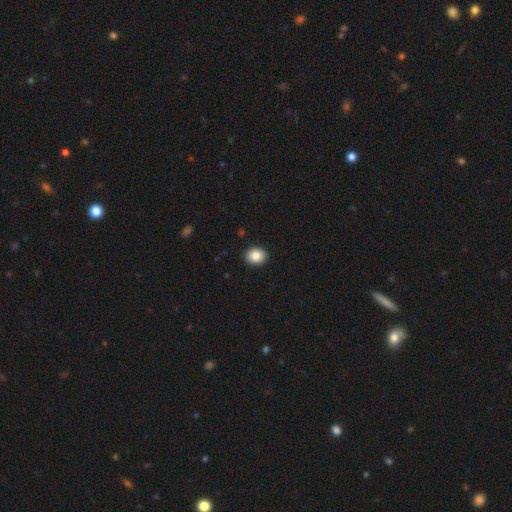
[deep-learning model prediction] Smooth or featured?
  - smooth: 86% *
  - star or artifact: 9%
  - featured or disk: 5%
How rounded?
  - round: 60% *
  - in between: 40%
  - cigar-shaped: 1%
Merging?
  - none: 92% *
  - minor disturbance: 6%
  - major disturbance: 2%
  - merger: 1%